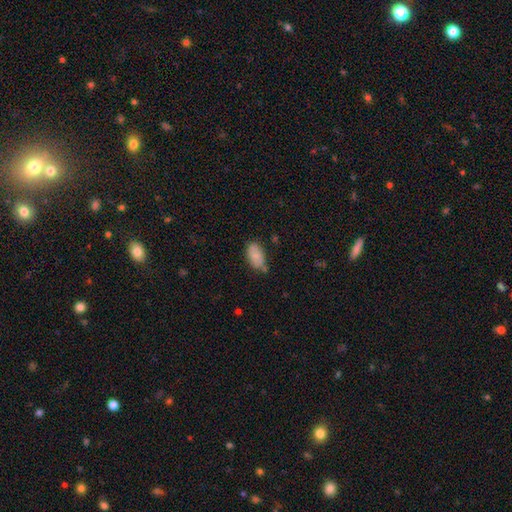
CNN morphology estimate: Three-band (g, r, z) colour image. It shows a smooth galaxy with no disk features (78%) that is in between round and cigar-shaped (93%). Merging: none (61%).